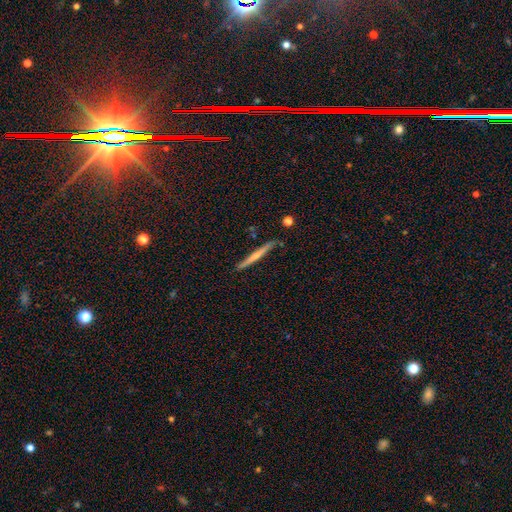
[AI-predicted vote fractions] Smooth or featured? Predicted: featured or disk (p=0.49). Merging? Predicted: none (p=0.84).